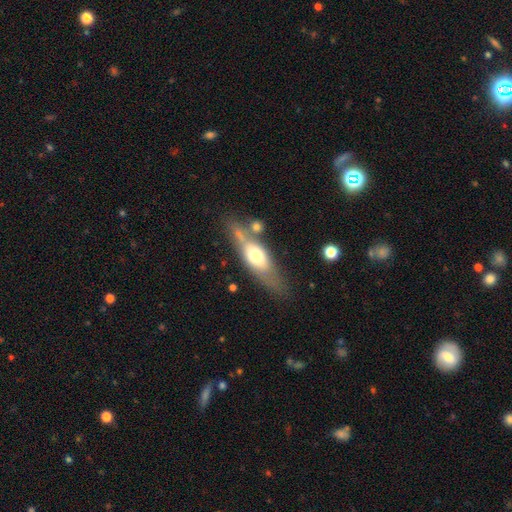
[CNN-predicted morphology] Smooth or featured? Predicted: smooth (p=0.47, tied with featured or disk). Merging? Predicted: none (p=0.64).